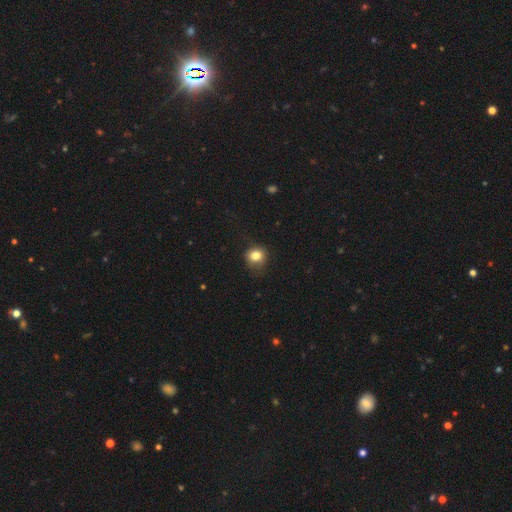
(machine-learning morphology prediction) smooth_or_featured: smooth (p=0.81) [alt: star or artifact p=0.11]
how_rounded: round (p=0.76) [alt: in between p=0.23]
merging: none (p=0.70) [alt: minor disturbance p=0.21]